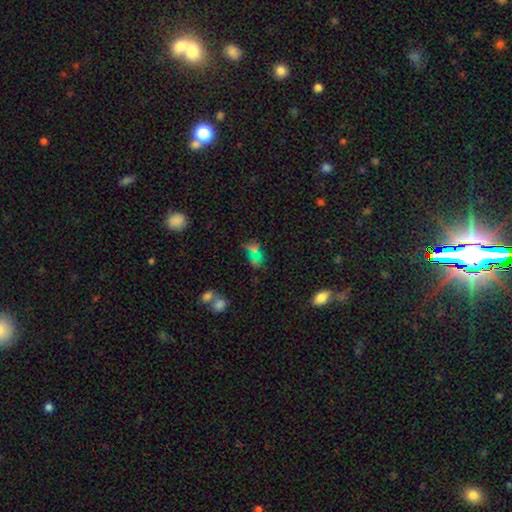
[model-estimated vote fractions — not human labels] Smooth or featured?
  - smooth: 47% *
  - star or artifact: 40%
  - featured or disk: 13%
Merging?
  - none: 53% *
  - merger: 18%
  - minor disturbance: 17%
  - major disturbance: 12%